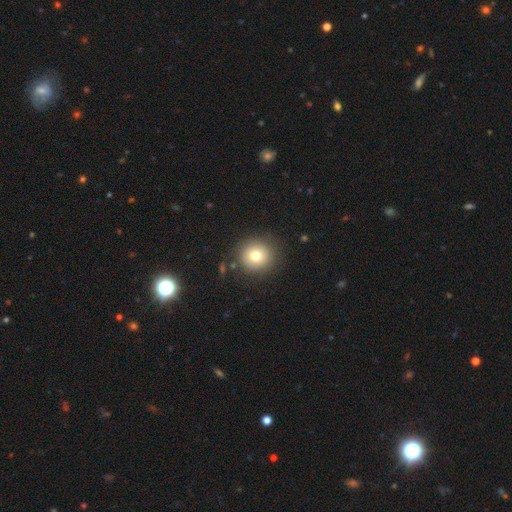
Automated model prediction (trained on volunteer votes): Q: Smooth or featured?
A: smooth (76%); runner-up: featured or disk (12%)
Q: How rounded?
A: round (93%); runner-up: in between (6%)
Q: Merging?
A: none (87%); runner-up: minor disturbance (8%)